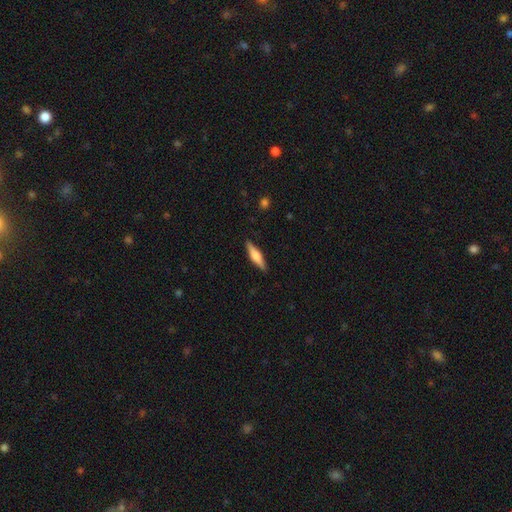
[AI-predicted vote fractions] Smooth or featured? Predicted: smooth (p=0.54). How rounded? Predicted: cigar-shaped (p=0.72). Merging? Predicted: none (p=0.89).